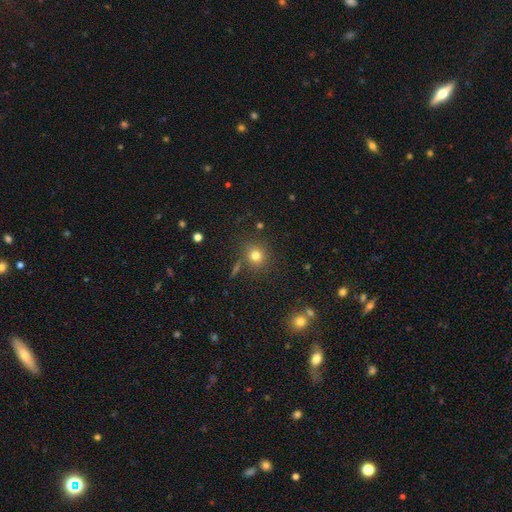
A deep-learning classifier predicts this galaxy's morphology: Smooth or featured: smooth — 76% (star or artifact — 16%)
How rounded: round — 89% (in between — 10%)
Merging: none — 81% (minor disturbance — 9%)